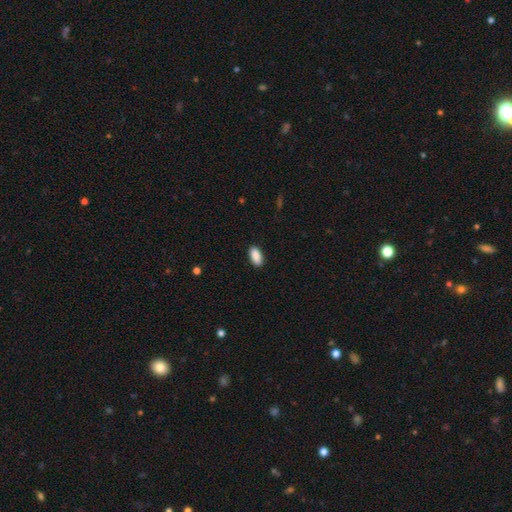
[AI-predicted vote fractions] Smooth or featured?
  - smooth: 90% *
  - star or artifact: 7%
  - featured or disk: 3%
How rounded?
  - in between: 91% *
  - cigar-shaped: 6%
  - round: 2%
Merging?
  - none: 89% *
  - minor disturbance: 8%
  - major disturbance: 2%
  - merger: 1%